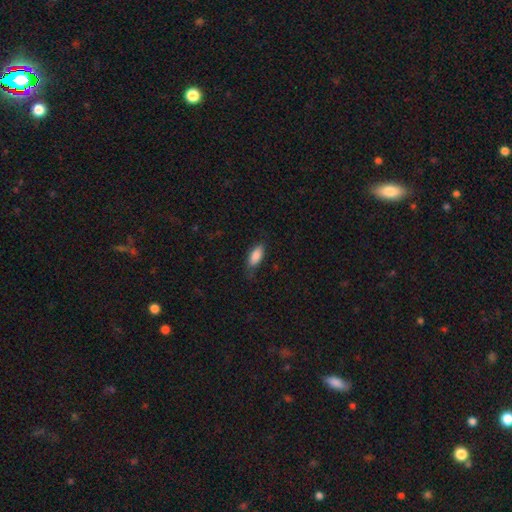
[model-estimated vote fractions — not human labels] This is clearly a smooth galaxy (86%). How rounded: clearly in between (83%). Merging: likely none (73%).